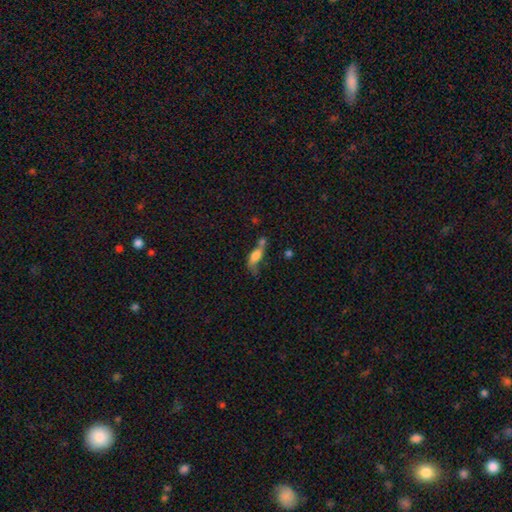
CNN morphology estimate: This is possibly a smooth galaxy (56%). How rounded: possibly in between (60%). Merging: marginally merger (31%, tied with none).